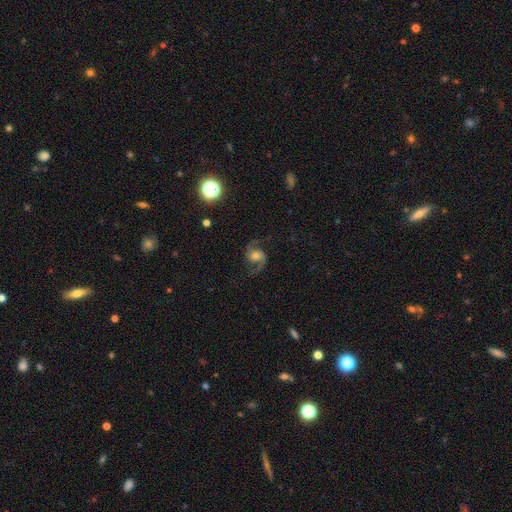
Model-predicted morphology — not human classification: Q: Smooth or featured?
A: featured or disk (87%); runner-up: star or artifact (7%)
Q: Edge-on disk?
A: no (98%); runner-up: yes (2%)
Q: Bar?
A: no (66%); runner-up: weak (27%)
Q: Spiral arms?
A: yes (98%); runner-up: no (2%)
Q: Spiral winding?
A: medium (49%); runner-up: loose (41%)
Q: Spiral arm count?
A: 2 (94%); runner-up: can't tell (2%)
Q: Bulge size?
A: moderate (56%); runner-up: small (28%)
Q: Merging?
A: none (81%); runner-up: minor disturbance (12%)